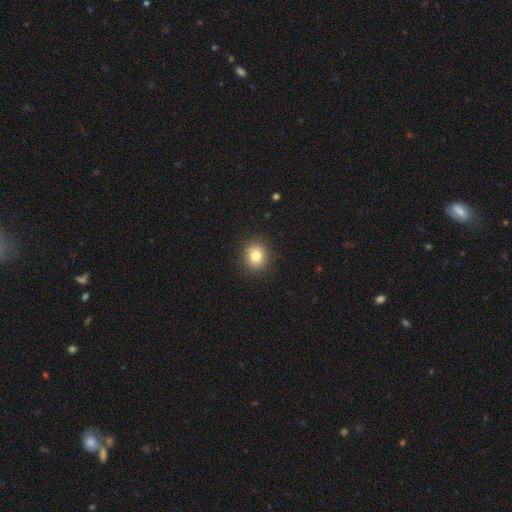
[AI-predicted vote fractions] Smooth or featured?
  - smooth: 83% *
  - star or artifact: 11%
  - featured or disk: 7%
How rounded?
  - round: 76% *
  - in between: 23%
  - cigar-shaped: 1%
Merging?
  - none: 91% *
  - minor disturbance: 6%
  - major disturbance: 2%
  - merger: 1%